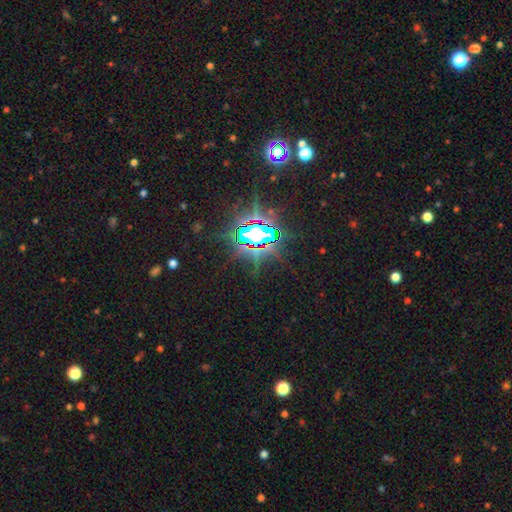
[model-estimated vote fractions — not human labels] Smooth or featured? Predicted: star or artifact (p=0.83).